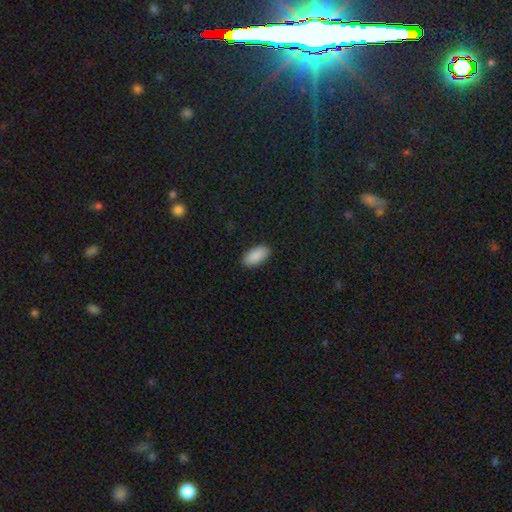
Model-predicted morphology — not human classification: A smooth galaxy with no disk features (91%) that is in between round and cigar-shaped (93%).

Vote fractions:
- Smooth or featured? smooth: 91% / star or artifact: 6% / featured or disk: 3%
- How rounded? in between: 93% / cigar-shaped: 5% / round: 2%
- Merging? none: 90% / minor disturbance: 8% / major disturbance: 2% / merger: 1%